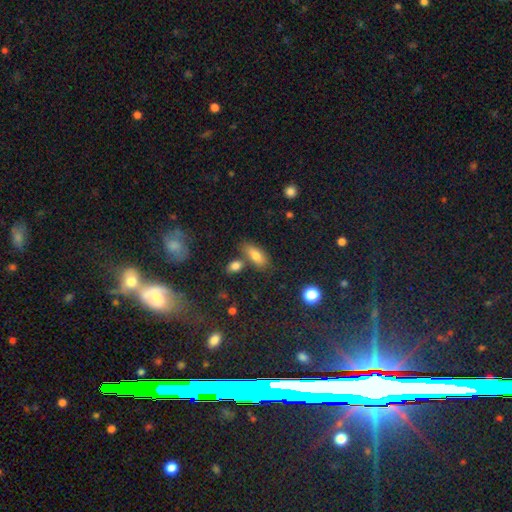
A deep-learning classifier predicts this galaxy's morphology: Smooth or featured: smooth — 75% (featured or disk — 15%)
How rounded: in between — 76% (cigar-shaped — 20%)
Merging: none — 67% (merger — 14%)